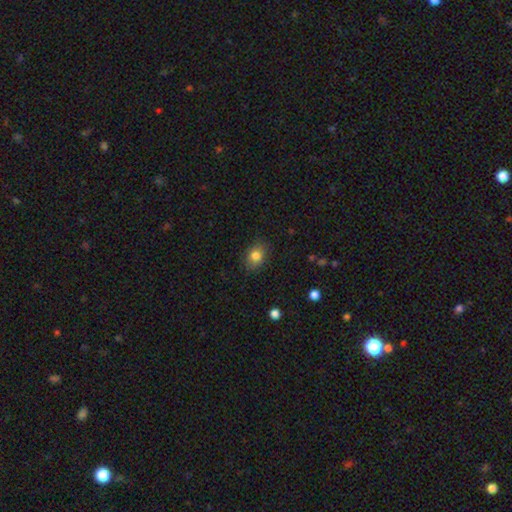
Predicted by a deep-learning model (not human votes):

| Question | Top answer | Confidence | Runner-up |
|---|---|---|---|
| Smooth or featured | smooth | 81% | star or artifact (10%) |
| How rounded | in between | 61% | round (38%) |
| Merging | none | 86% | minor disturbance (11%) |